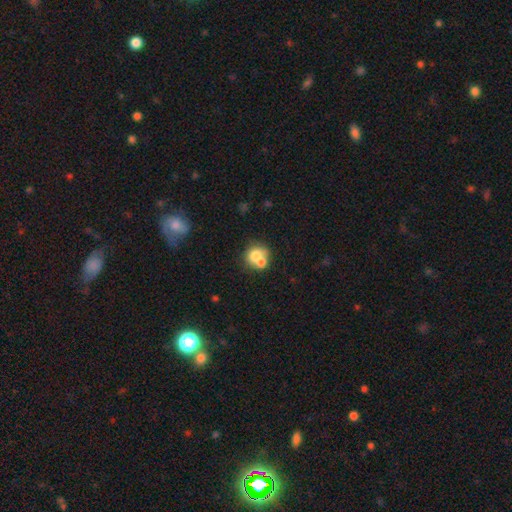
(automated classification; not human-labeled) smooth 68%, featured or disk 22%, star or artifact 10%. Down the decision tree: how rounded — round (74%); merging — merger (55%).